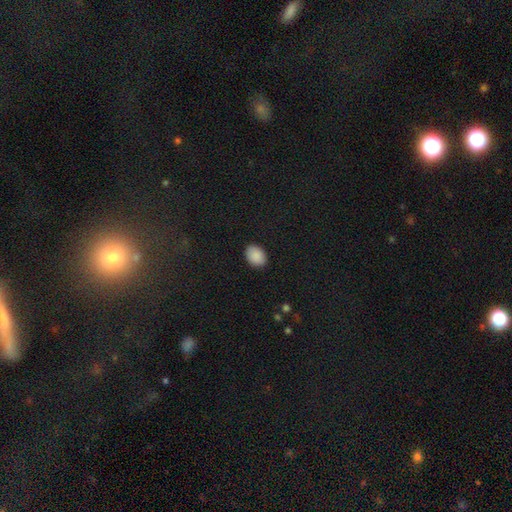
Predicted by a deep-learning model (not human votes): A smooth galaxy with no disk features (89%) that is in between round and cigar-shaped (73%). Merging: none (88%).